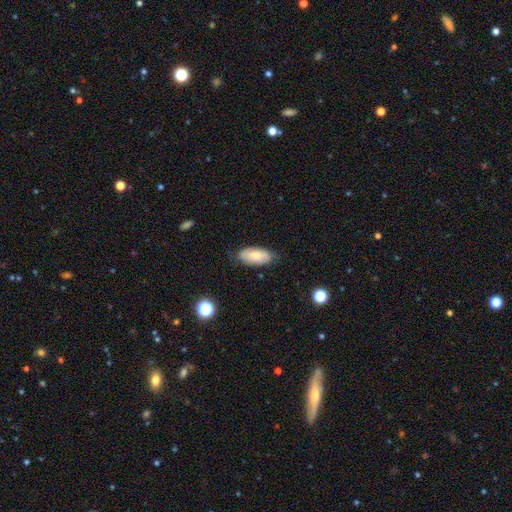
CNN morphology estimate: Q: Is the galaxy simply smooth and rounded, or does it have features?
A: smooth — 74%.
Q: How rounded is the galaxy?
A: in between — 89%.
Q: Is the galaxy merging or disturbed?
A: none — 77%.